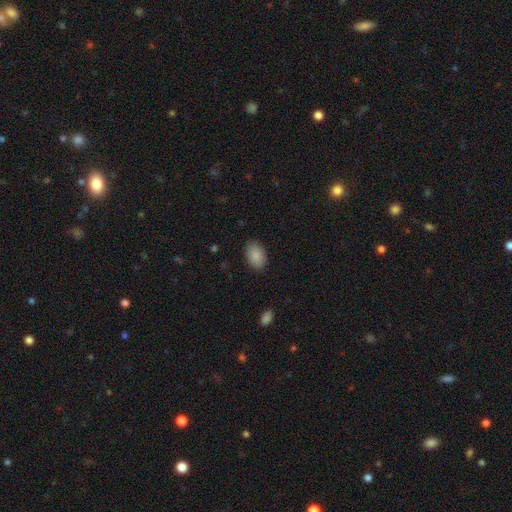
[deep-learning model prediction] Morphology: type=smooth (89%); roundness=in between (90%); merging=none (86%).